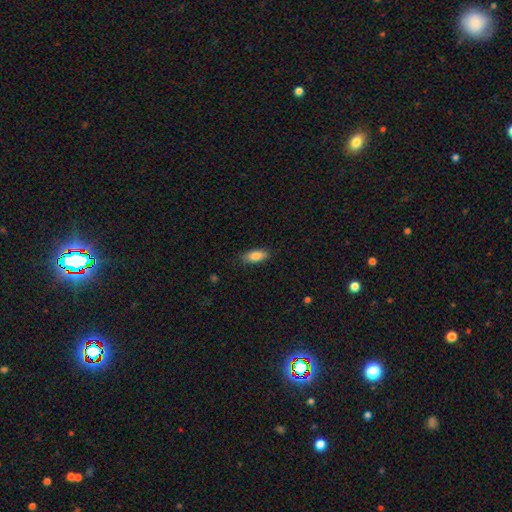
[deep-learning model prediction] A smooth galaxy with no disk features (85%) that is in between round and cigar-shaped (83%).

Vote fractions:
- Smooth or featured? smooth: 85% / featured or disk: 8% / star or artifact: 7%
- How rounded? in between: 83% / cigar-shaped: 15% / round: 2%
- Merging? none: 85% / minor disturbance: 11% / major disturbance: 2% / merger: 1%